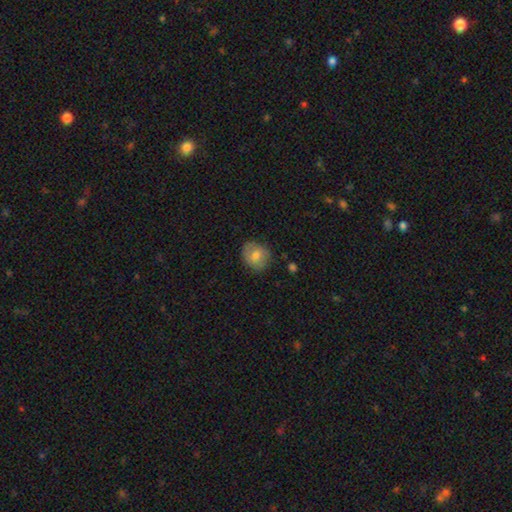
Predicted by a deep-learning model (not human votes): The model was most divided on "how rounded": round: 74%, in between: 25%, cigar-shaped: 1%. More confident: merging — none (78%); smooth or featured — smooth (73%).